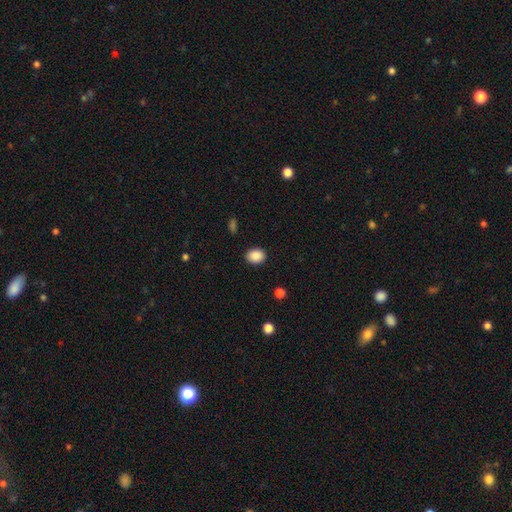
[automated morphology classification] Smooth or featured? smooth (89%)
How rounded? in between (50%)
Merging? none (89%)